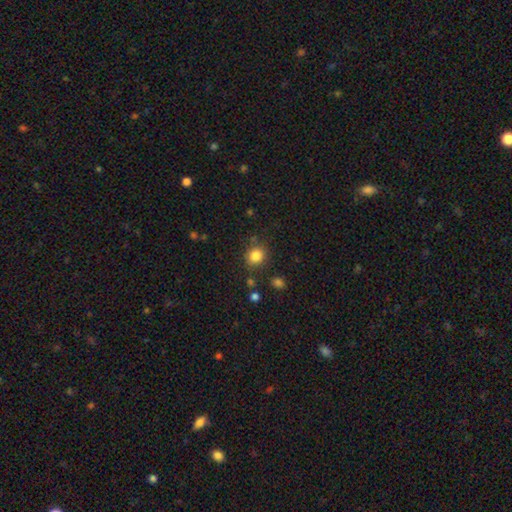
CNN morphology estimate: A smooth galaxy with no disk features (83%) that is round (79%).

Vote fractions:
- Smooth or featured? smooth: 83% / star or artifact: 11% / featured or disk: 5%
- How rounded? round: 79% / in between: 20% / cigar-shaped: 1%
- Merging? none: 81% / minor disturbance: 11% / merger: 4% / major disturbance: 4%